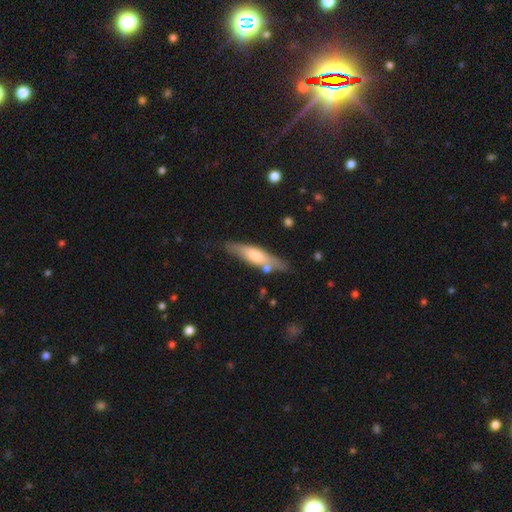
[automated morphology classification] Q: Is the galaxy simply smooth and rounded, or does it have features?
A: smooth — 58%.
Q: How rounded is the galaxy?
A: cigar-shaped — 71%.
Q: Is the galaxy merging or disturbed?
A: none — 74%.